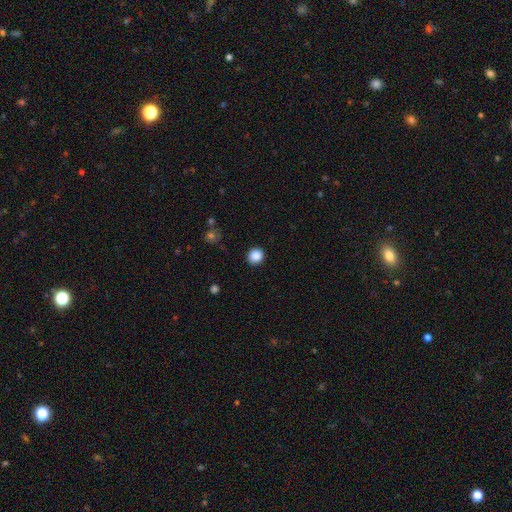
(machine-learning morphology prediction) smooth 87%, star or artifact 10%, featured or disk 3%. Down the decision tree: how rounded — round (91%); merging — none (91%).